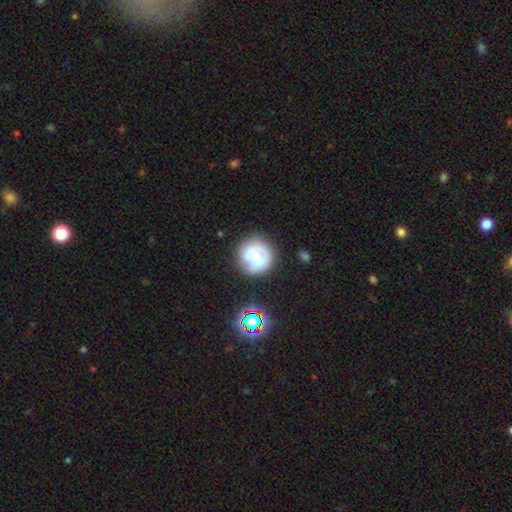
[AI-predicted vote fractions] Smooth or featured? Predicted: smooth (p=0.47). Merging? Predicted: none (p=0.69).